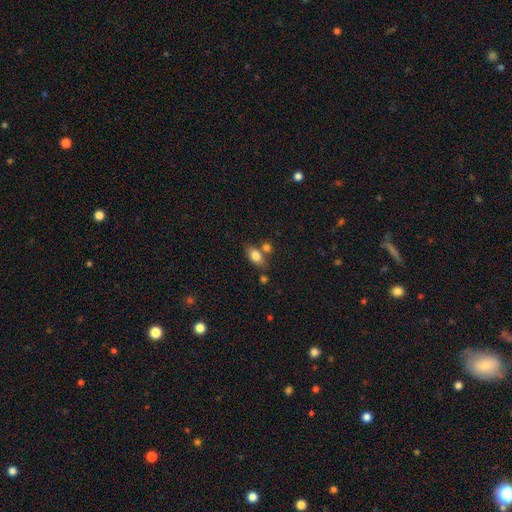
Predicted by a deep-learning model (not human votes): Q: Smooth or featured?
A: smooth (80%); runner-up: featured or disk (12%)
Q: How rounded?
A: in between (84%); runner-up: round (11%)
Q: Merging?
A: none (61%); runner-up: merger (20%)